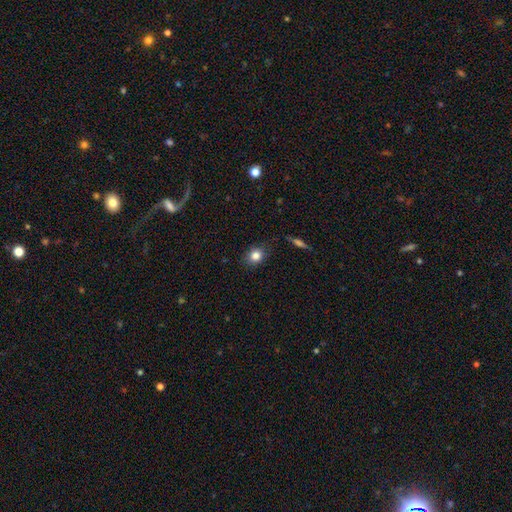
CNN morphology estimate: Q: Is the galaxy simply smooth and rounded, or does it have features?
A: smooth — 82%.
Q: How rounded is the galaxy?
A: round — 53%.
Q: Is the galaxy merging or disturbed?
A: none — 82%.